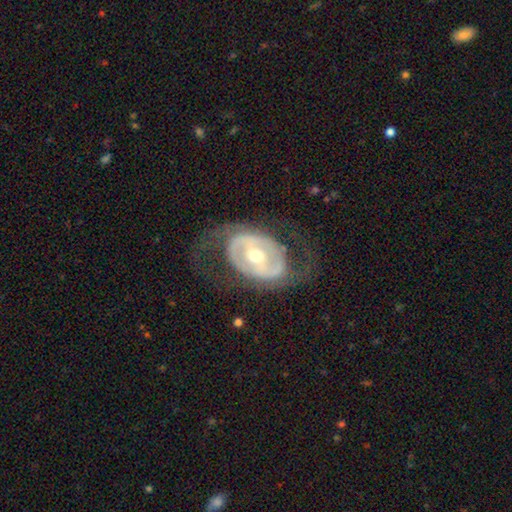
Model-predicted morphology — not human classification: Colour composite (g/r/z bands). It shows a featured or disk galaxy (79%) with a strong bar (37%), spiral arms (54%) and a moderate central bulge (64%). Merging: none (64%).